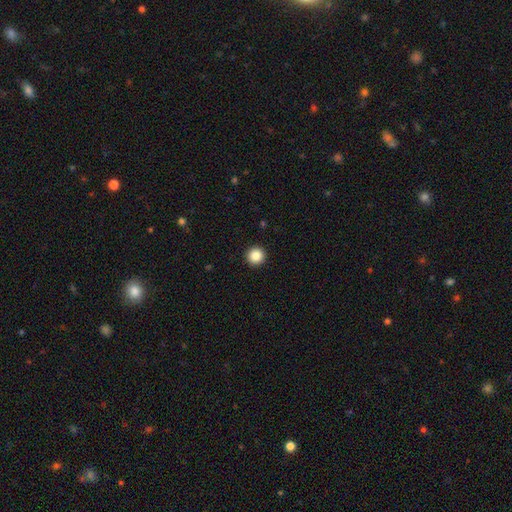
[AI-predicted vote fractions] A smooth galaxy with no disk features (86%) that is round (96%). Merging: none (94%).